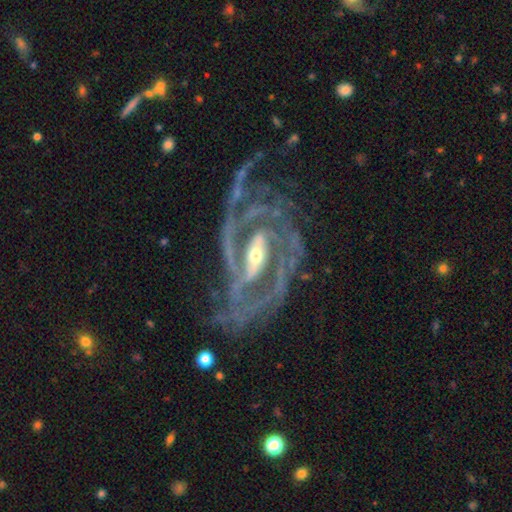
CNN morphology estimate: Smooth or featured? featured or disk (92%)
Edge-on disk? no (96%)
Bar? strong (53%)
Spiral arms? yes (97%)
Spiral winding? tight (47%)
Spiral arm count? 2 (53%)
Bulge size? small (49%)
Merging? none (57%)